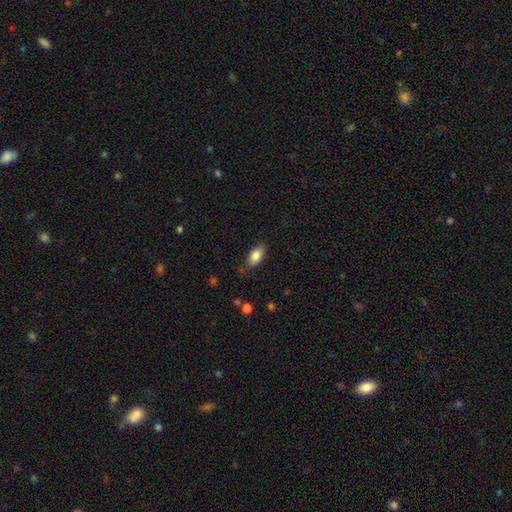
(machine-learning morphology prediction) smooth 84%, featured or disk 9%, star or artifact 7%. Down the decision tree: how rounded — in between (87%); merging — none (77%).